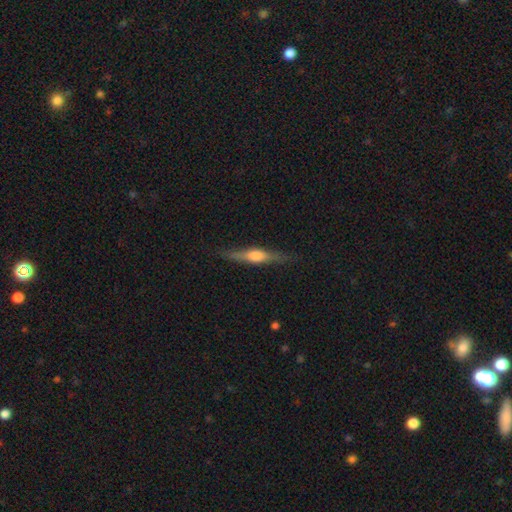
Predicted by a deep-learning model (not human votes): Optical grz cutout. It shows a featured or disk galaxy (65%) viewed edge-on (96%) with a rounded central bulge (89%). Merging: none (86%).